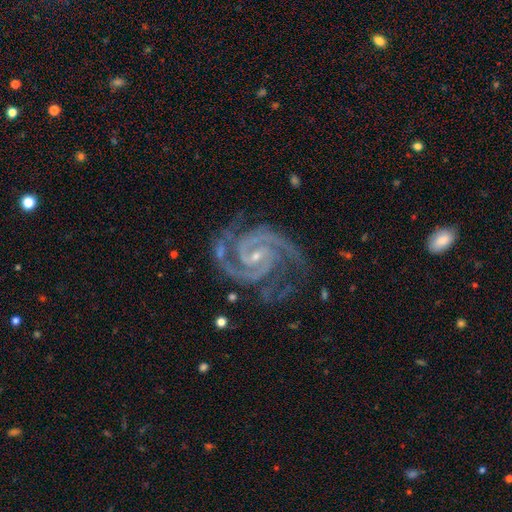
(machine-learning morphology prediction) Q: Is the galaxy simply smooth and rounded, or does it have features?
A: featured or disk — 94%.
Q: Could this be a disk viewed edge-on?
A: no — 98%.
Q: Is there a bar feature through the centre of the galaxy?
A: weak — 41%.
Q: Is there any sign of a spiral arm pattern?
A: yes — 99%.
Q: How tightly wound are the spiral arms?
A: tight — 57%.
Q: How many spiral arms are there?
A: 2 — 73%.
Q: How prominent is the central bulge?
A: small — 77%.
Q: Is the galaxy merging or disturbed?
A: none — 70%.